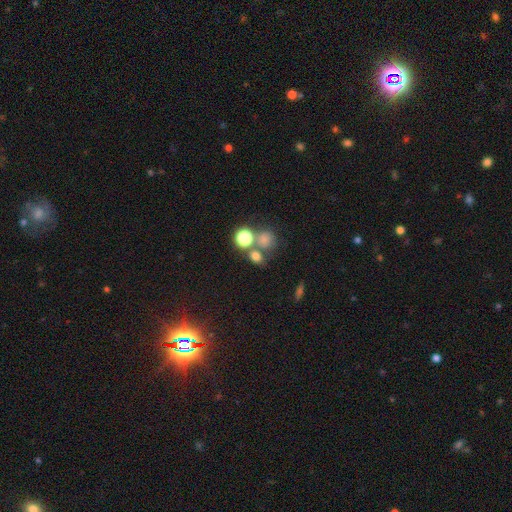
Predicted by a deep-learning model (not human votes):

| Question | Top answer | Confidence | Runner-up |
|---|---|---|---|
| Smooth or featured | smooth | 70% | star or artifact (20%) |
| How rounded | round | 68% | in between (31%) |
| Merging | none | 52% | merger (32%) |